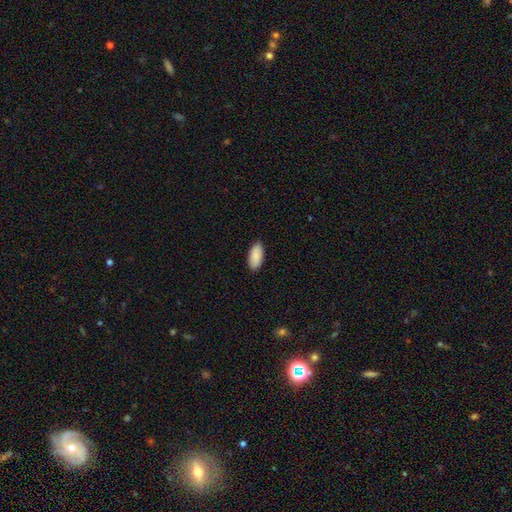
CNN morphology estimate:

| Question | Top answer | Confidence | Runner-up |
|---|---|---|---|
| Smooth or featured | smooth | 91% | star or artifact (6%) |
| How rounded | in between | 93% | cigar-shaped (6%) |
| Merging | none | 90% | minor disturbance (8%) |